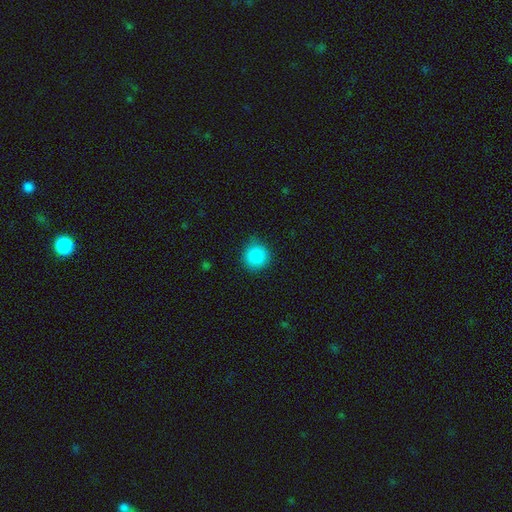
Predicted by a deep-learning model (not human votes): smooth-or-featured: smooth: 86% | star or artifact: 10% | featured or disk: 4%
  how-rounded: round: 92% | in between: 7% | cigar-shaped: 1%
  merging: none: 80% | minor disturbance: 15% | major disturbance: 3% | merger: 1%